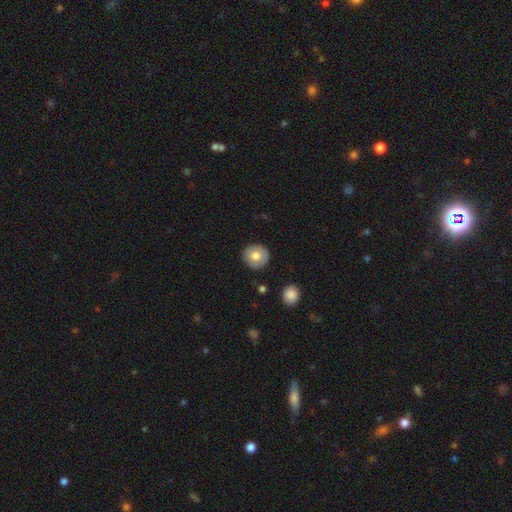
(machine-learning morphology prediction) A smooth galaxy with no disk features (73%) that is round (91%).

Vote fractions:
- Smooth or featured? smooth: 73% / featured or disk: 19% / star or artifact: 7%
- How rounded? round: 91% / in between: 8% / cigar-shaped: 1%
- Merging? none: 89% / minor disturbance: 8% / major disturbance: 2% / merger: 1%